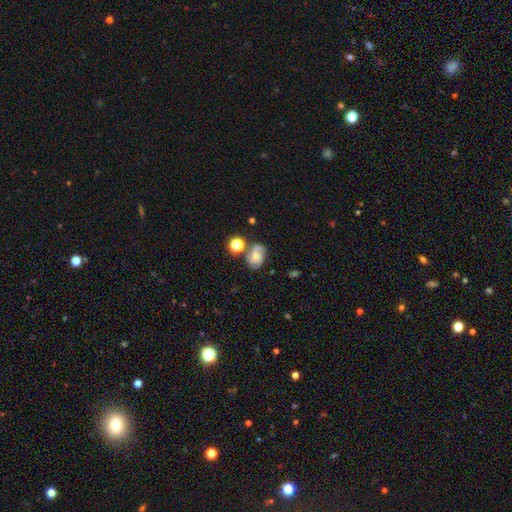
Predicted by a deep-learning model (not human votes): A featured or disk galaxy (65%) with no bar (61%), 2 (68%) medium (48%) spiral arms (93%) and a small central bulge (49%). Merging: none (60%).